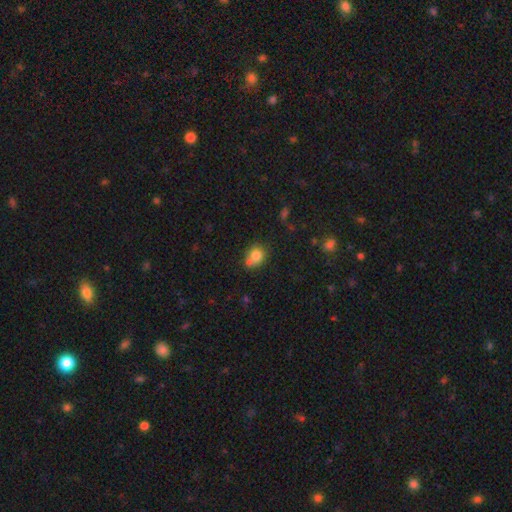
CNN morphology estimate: smooth 79%, featured or disk 11%, star or artifact 10%. Down the decision tree: how rounded — round (69%); merging — none (43%).